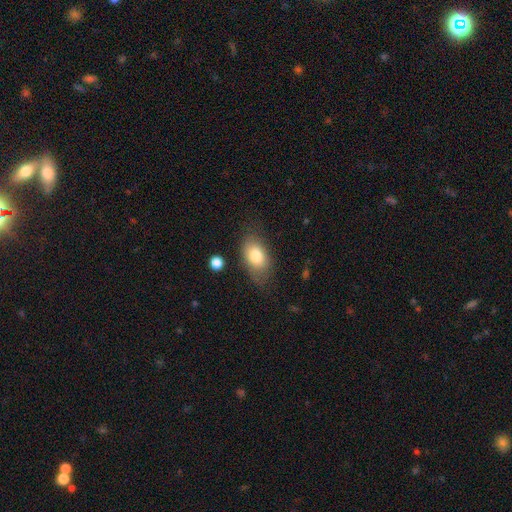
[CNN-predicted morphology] A smooth galaxy with no disk features (79%) that is in between round and cigar-shaped (88%). Merging: none (67%).